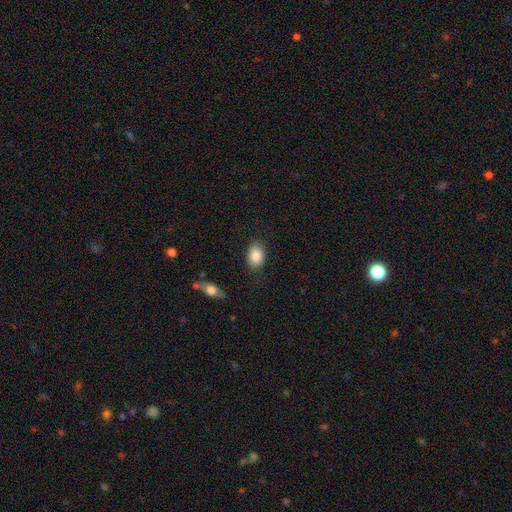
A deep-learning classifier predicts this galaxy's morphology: A smooth galaxy with no disk features (85%) that is in between round and cigar-shaped (81%).

Vote fractions:
- Smooth or featured? smooth: 85% / featured or disk: 8% / star or artifact: 7%
- How rounded? in between: 81% / round: 18% / cigar-shaped: 1%
- Merging? none: 83% / minor disturbance: 12% / major disturbance: 3% / merger: 2%